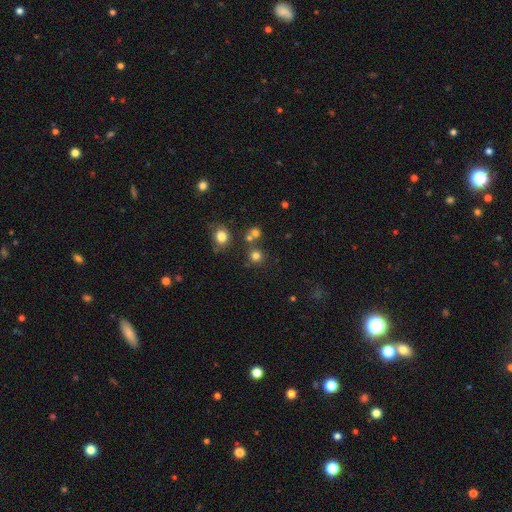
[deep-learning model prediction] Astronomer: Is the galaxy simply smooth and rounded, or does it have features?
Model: smooth — 73%.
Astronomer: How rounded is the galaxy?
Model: round — 91%.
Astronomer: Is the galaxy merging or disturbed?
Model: none — 72%.